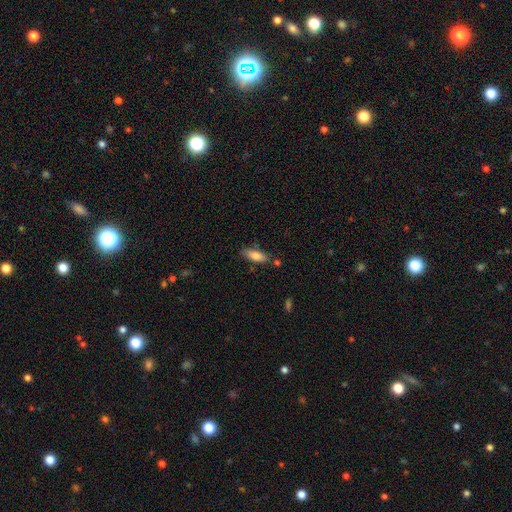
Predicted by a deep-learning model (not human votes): Smooth or featured? Predicted: smooth (p=0.80). How rounded? Predicted: in between (p=0.64). Merging? Predicted: none (p=0.72).